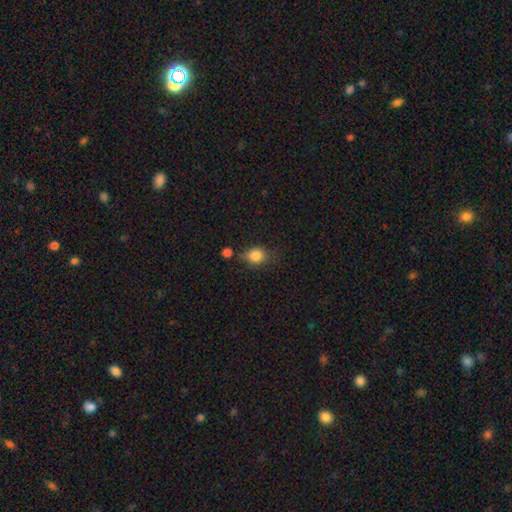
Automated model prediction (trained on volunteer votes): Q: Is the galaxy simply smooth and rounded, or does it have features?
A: smooth — 83%.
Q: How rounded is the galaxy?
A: round — 55%.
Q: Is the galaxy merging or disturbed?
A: none — 59%.